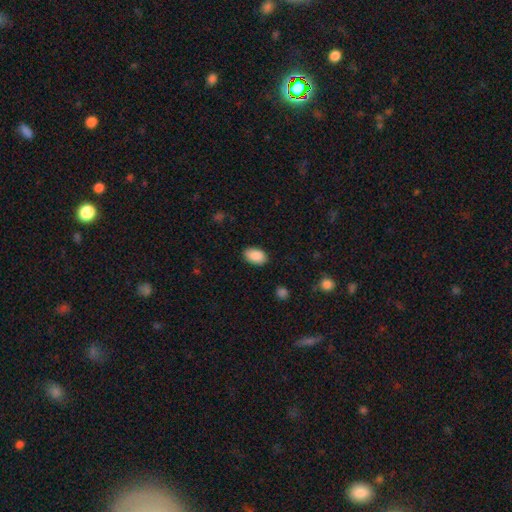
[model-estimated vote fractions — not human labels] Smooth or featured? smooth (89%)
How rounded? in between (92%)
Merging? none (87%)